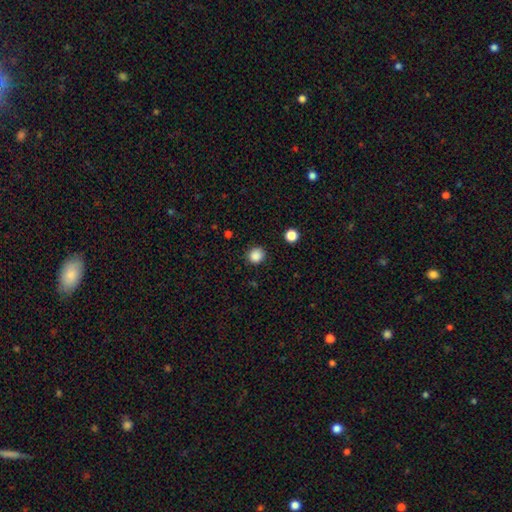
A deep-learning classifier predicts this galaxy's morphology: A smooth galaxy with no disk features (87%) that is round (89%). Merging: none (89%).